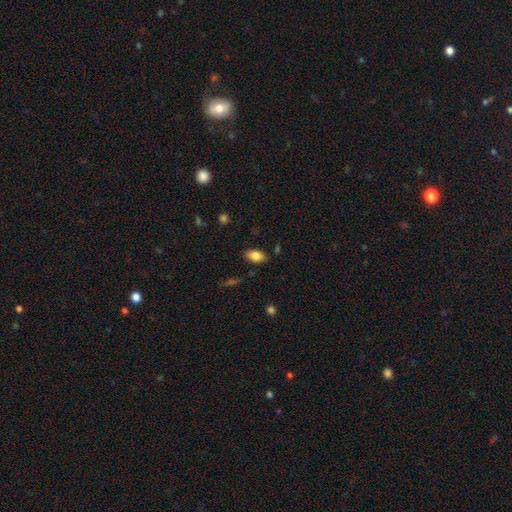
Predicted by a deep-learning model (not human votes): Overall: smooth (83%). How rounded: in between (90%). Merging: none (83%).